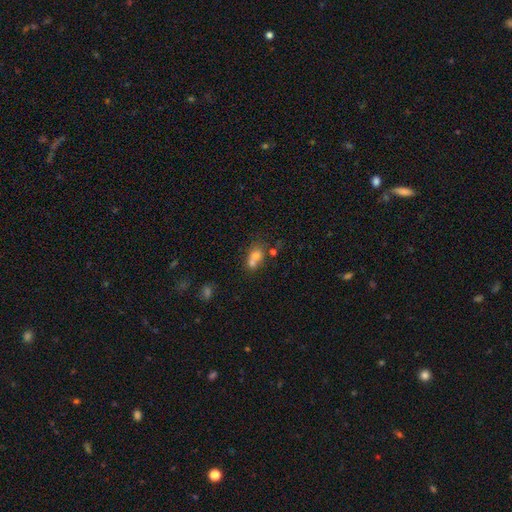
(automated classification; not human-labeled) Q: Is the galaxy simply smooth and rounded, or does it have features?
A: smooth — 66%.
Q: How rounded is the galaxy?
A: round — 58%.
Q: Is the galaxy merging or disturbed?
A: merger — 60%.